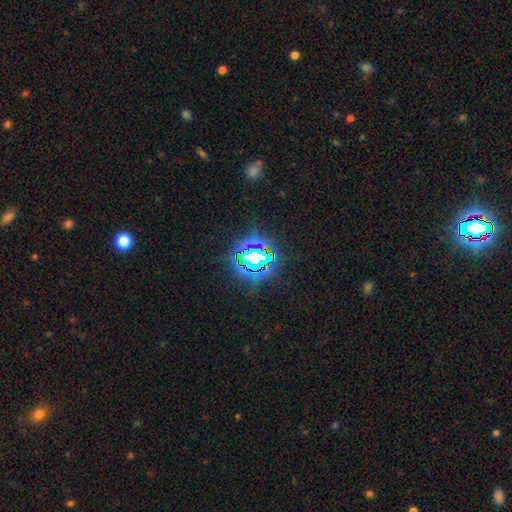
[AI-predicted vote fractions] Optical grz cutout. It shows a star or artifact, not a galaxy (75%).